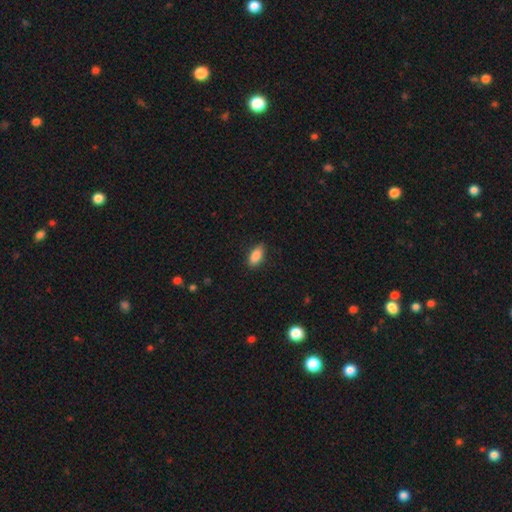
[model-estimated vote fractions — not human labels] Smooth or featured?
  - smooth: 88% *
  - star or artifact: 7%
  - featured or disk: 5%
How rounded?
  - in between: 88% *
  - cigar-shaped: 9%
  - round: 3%
Merging?
  - none: 86% *
  - minor disturbance: 11%
  - major disturbance: 2%
  - merger: 1%